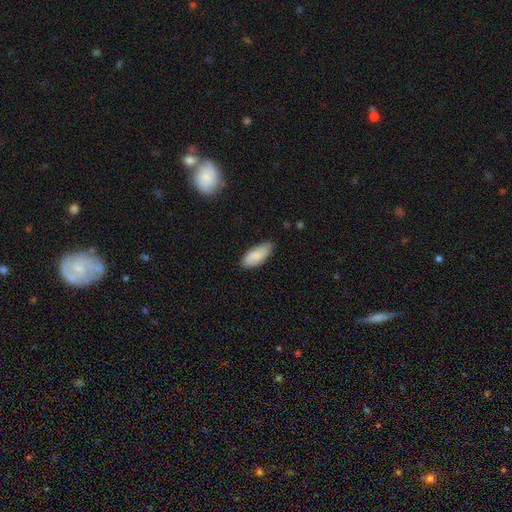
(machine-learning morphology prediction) smooth 86%, featured or disk 8%, star or artifact 6%. Down the decision tree: how rounded — in between (85%); merging — none (73%).